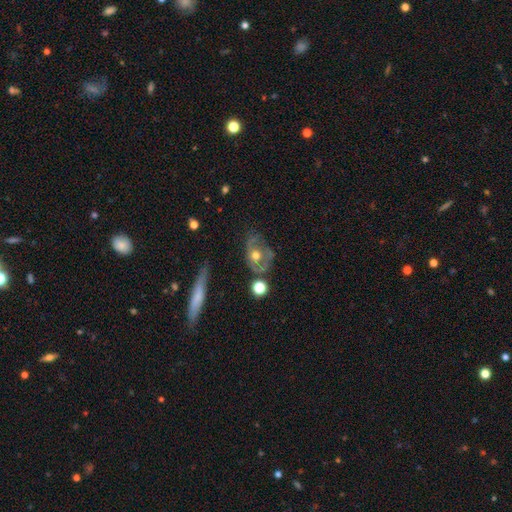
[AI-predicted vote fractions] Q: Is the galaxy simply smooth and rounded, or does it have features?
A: featured or disk — 55%.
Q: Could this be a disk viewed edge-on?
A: no — 89%.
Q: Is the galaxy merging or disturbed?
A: none — 44%.